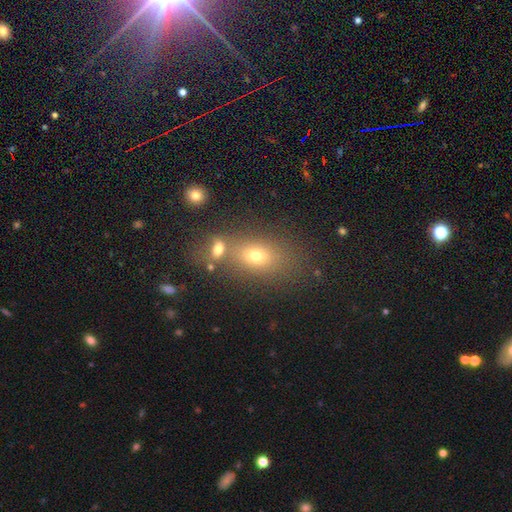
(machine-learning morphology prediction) A smooth galaxy with no disk features (64%) that is in between round and cigar-shaped (70%).

Vote fractions:
- Smooth or featured? smooth: 64% / star or artifact: 19% / featured or disk: 16%
- How rounded? in between: 70% / round: 26% / cigar-shaped: 4%
- Merging? none: 57% / merger: 26% / minor disturbance: 11% / major disturbance: 6%